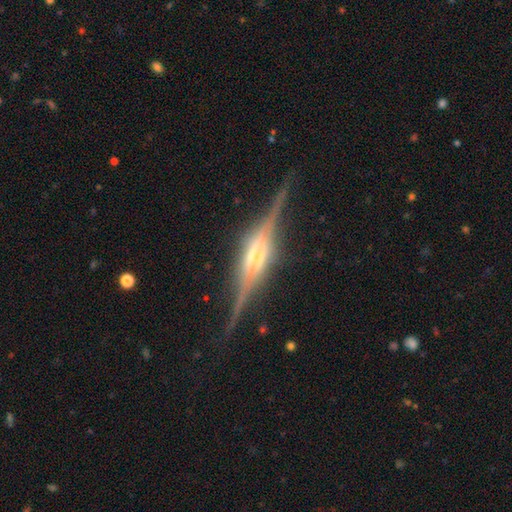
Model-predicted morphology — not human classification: smooth-or-featured: featured or disk: 89% | star or artifact: 6% | smooth: 6%
  disk-edge-on: yes: 97% | no: 3%
    edge-on-bulge: rounded: 76% | boxy: 20% | none: 4%
  merging: none: 84% | minor disturbance: 12% | major disturbance: 3% | merger: 2%